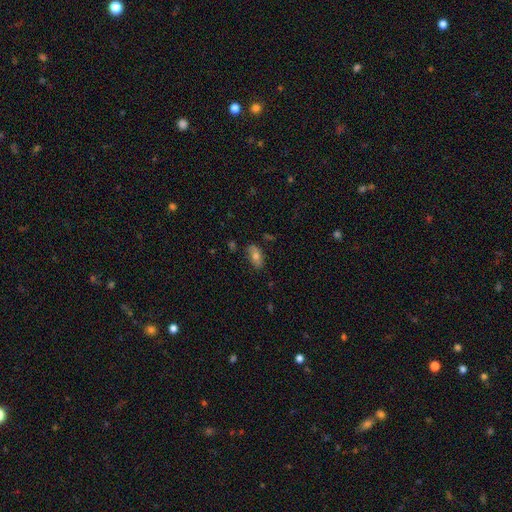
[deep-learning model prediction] This is likely a smooth galaxy (69%). How rounded: clearly in between (89%). Merging: likely none (70%).